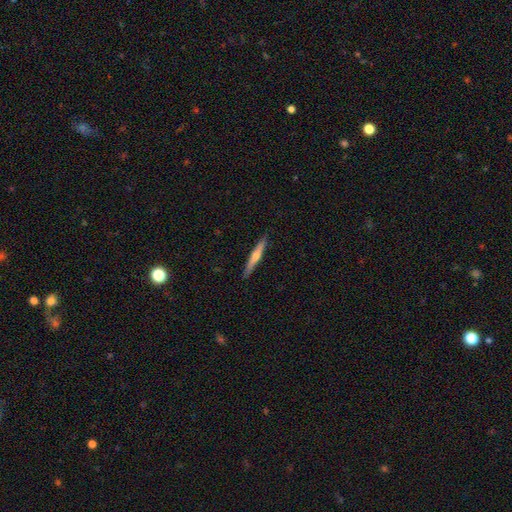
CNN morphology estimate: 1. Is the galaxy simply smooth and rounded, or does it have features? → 49% featured or disk, 46% smooth, 6% star or artifact.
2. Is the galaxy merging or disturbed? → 90% none, 7% minor disturbance, 1% major disturbance, 1% merger.